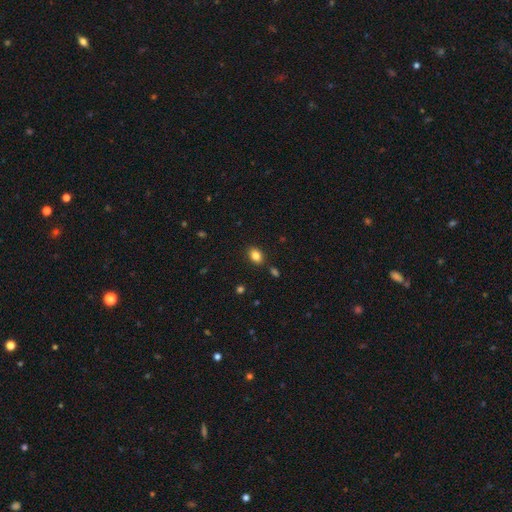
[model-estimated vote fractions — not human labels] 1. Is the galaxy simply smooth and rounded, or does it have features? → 84% smooth, 10% star or artifact, 6% featured or disk.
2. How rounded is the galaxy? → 71% in between, 28% round, 1% cigar-shaped.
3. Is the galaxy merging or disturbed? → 84% none, 10% minor disturbance, 4% merger, 3% major disturbance.